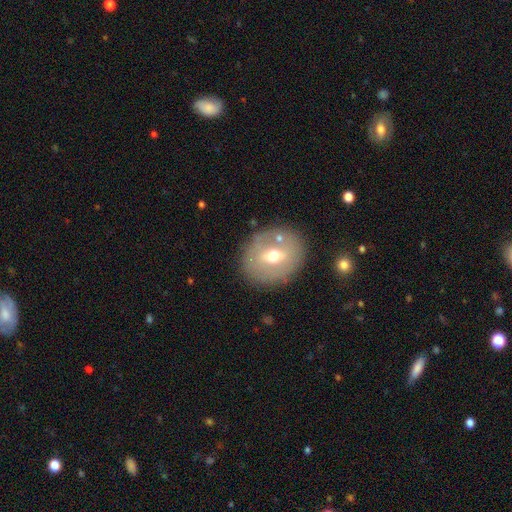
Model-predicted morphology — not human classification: A featured or disk galaxy (51%).

Vote fractions:
- Smooth or featured? featured or disk: 51% / smooth: 35% / star or artifact: 14%
- Edge-on disk? no: 93% / yes: 7%
- Merging? none: 84% / minor disturbance: 10% / major disturbance: 4% / merger: 2%